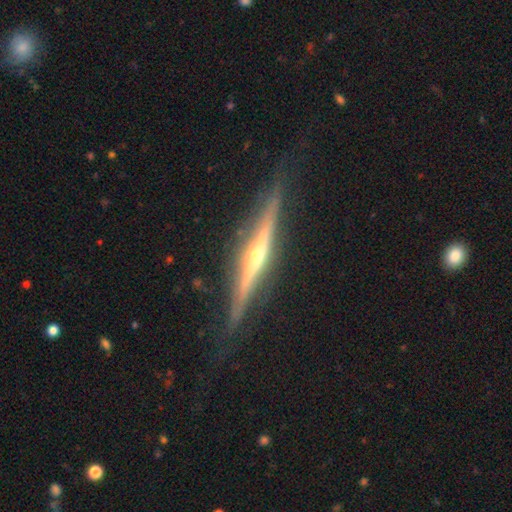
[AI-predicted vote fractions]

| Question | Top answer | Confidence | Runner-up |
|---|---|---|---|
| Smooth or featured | featured or disk | 85% | smooth (10%) |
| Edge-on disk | yes | 97% | no (3%) |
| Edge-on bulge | rounded | 80% | none (15%) |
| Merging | none | 85% | minor disturbance (11%) |